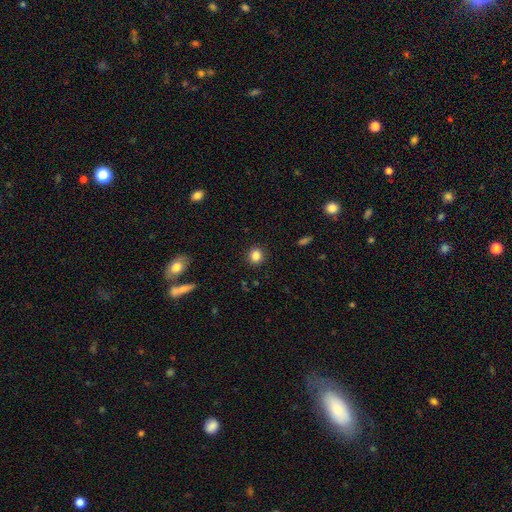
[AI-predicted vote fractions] The model was most divided on "how rounded": round: 83%, in between: 16%, cigar-shaped: 1%. More confident: merging — none (91%); smooth or featured — smooth (84%).